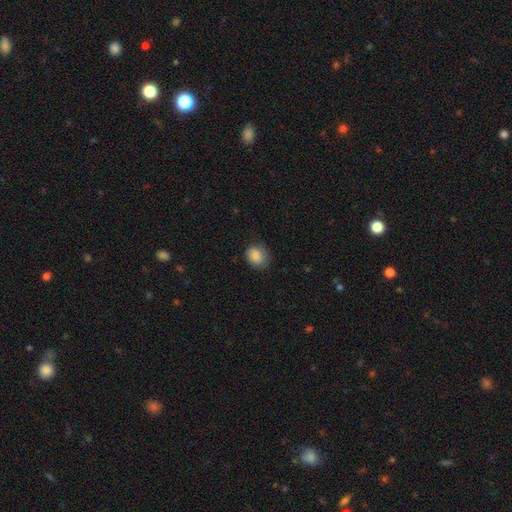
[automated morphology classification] type=smooth (85%); roundness=round (55%); merging=none (70%).